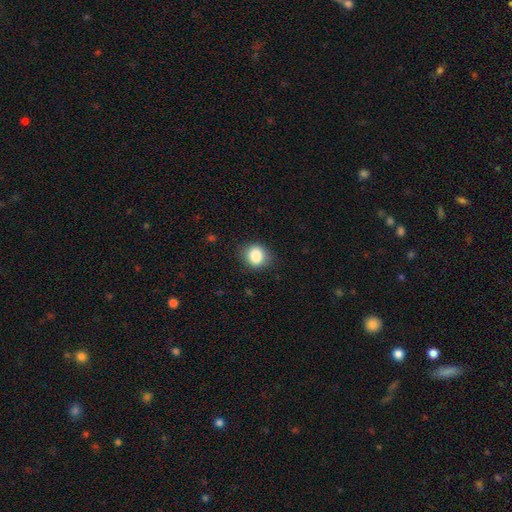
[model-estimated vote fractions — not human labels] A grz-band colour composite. It shows a smooth galaxy with no disk features (86%) that is round (66%). Merging: none (82%).